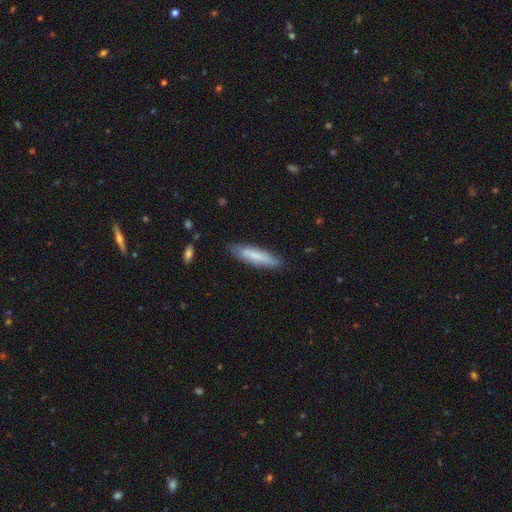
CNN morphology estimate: Smooth or featured?
  - smooth: 72% *
  - featured or disk: 22%
  - star or artifact: 6%
How rounded?
  - cigar-shaped: 78% *
  - in between: 20%
  - round: 1%
Merging?
  - none: 83% *
  - minor disturbance: 13%
  - major disturbance: 2%
  - merger: 2%